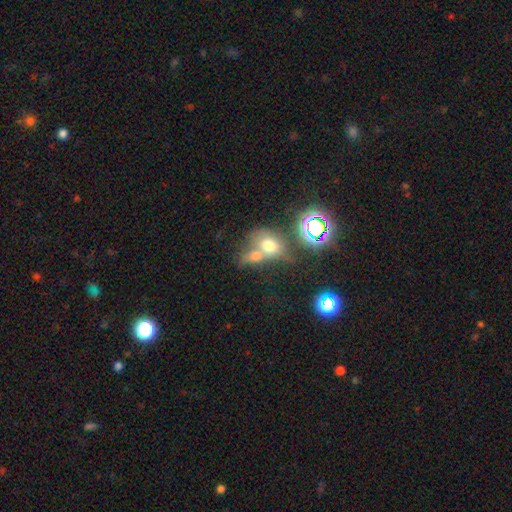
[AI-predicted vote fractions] Smooth or featured: smooth — 63% (star or artifact — 20%)
How rounded: in between — 59% (round — 39%)
Merging: merger — 60% (none — 25%)